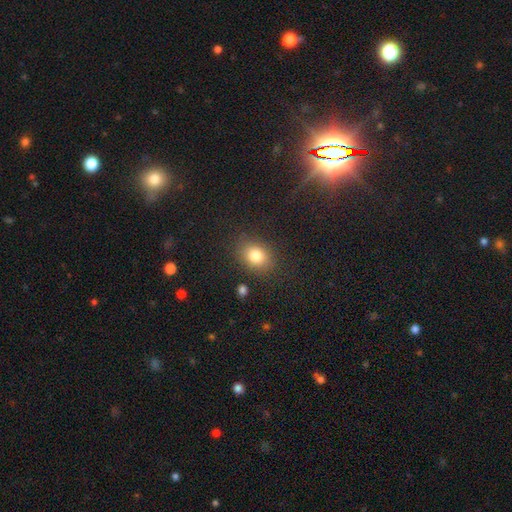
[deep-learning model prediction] A smooth galaxy with no disk features (82%) that is in between round and cigar-shaped (61%). Merging: none (82%).